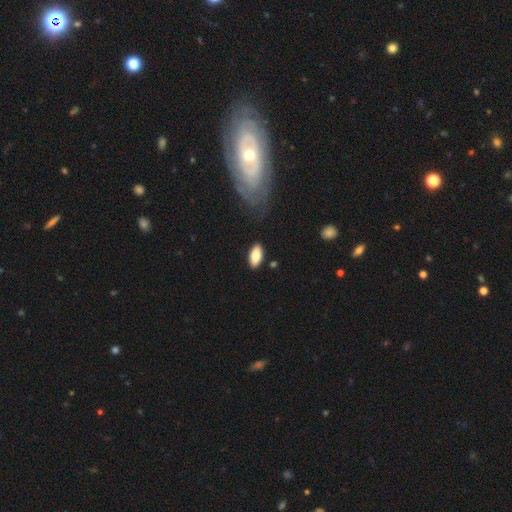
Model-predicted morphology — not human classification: A smooth galaxy with no disk features (78%) that is in between round and cigar-shaped (90%). Merging: none (87%).